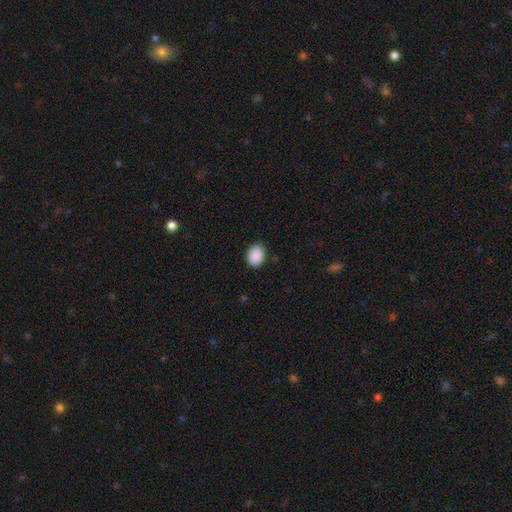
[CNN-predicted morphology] Smooth or featured: smooth — 90% (star or artifact — 8%)
How rounded: in between — 55% (round — 45%)
Merging: none — 84% (minor disturbance — 12%)